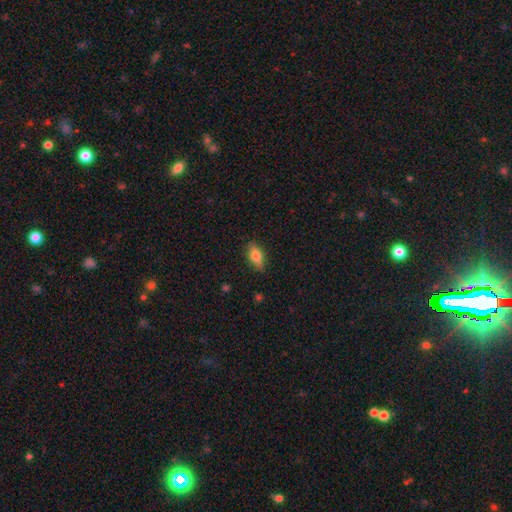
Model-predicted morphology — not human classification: This appears to be a smooth galaxy with no disk features (71%) that is in between round and cigar-shaped (79%). Merging: none (82%).